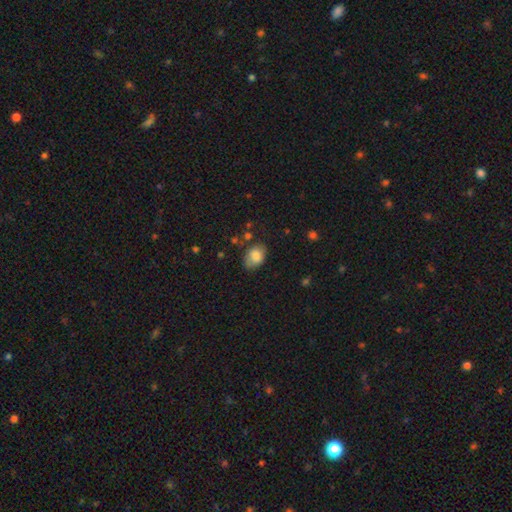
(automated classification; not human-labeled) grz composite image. It shows a smooth galaxy with no disk features (79%) that is in between round and cigar-shaped (73%). Merging: none (63%).